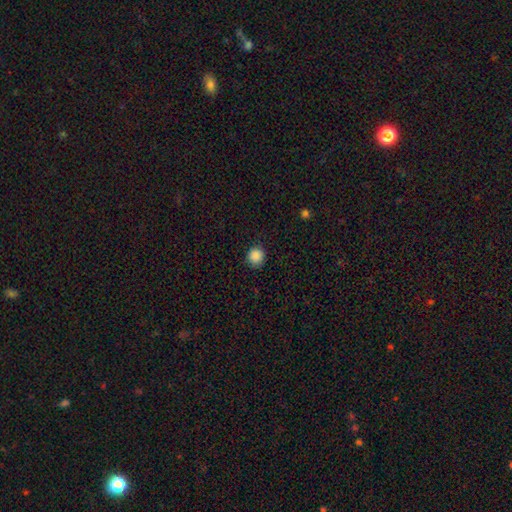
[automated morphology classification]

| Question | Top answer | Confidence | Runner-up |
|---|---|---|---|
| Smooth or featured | smooth | 87% | star or artifact (10%) |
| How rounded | round | 91% | in between (8%) |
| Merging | none | 88% | minor disturbance (9%) |